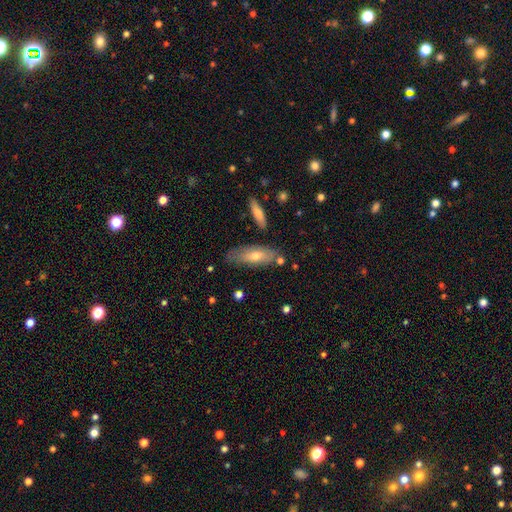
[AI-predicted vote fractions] Overall: smooth (60%; featured or disk 33%). How rounded: in between (60%; cigar-shaped 38%). Merging: none (66%).